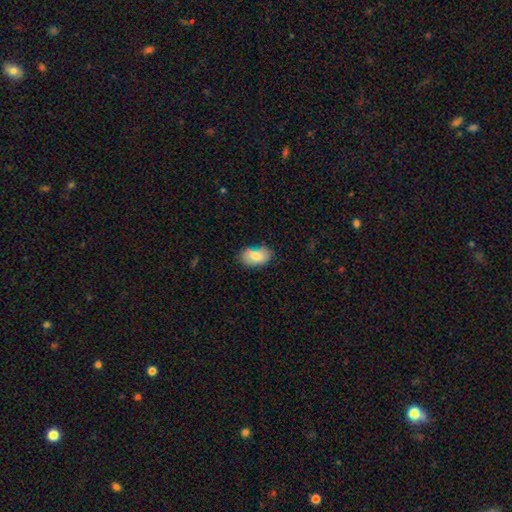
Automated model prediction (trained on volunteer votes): This appears to be a smooth galaxy with no disk features (80%) that is in between round and cigar-shaped (92%). Merging: none (73%).